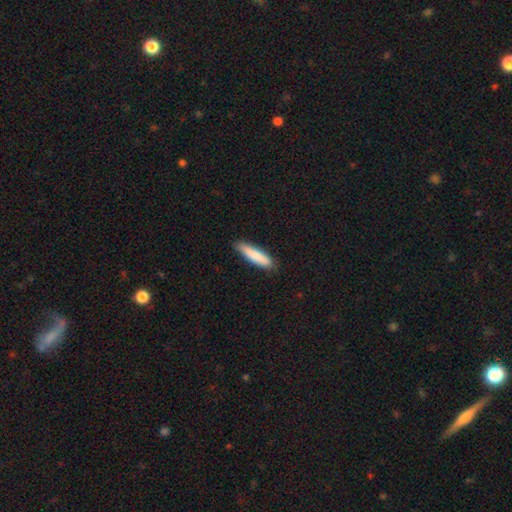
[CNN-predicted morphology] smooth 82%, featured or disk 13%, star or artifact 5%. Down the decision tree: how rounded — cigar-shaped (77%); merging — none (84%).